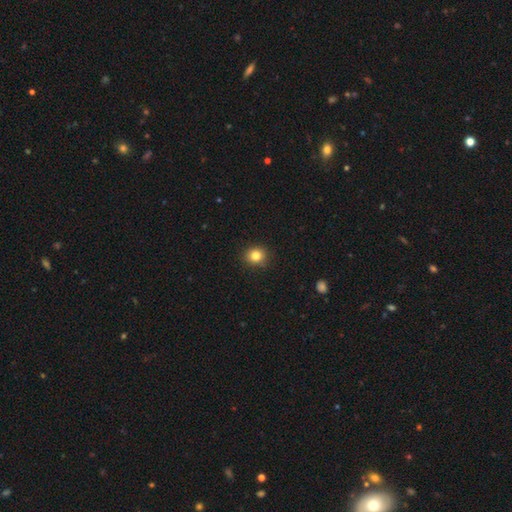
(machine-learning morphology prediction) smooth-or-featured: smooth: 83% | star or artifact: 11% | featured or disk: 6%
  how-rounded: round: 83% | in between: 16% | cigar-shaped: 1%
  merging: none: 90% | minor disturbance: 7% | major disturbance: 2% | merger: 1%